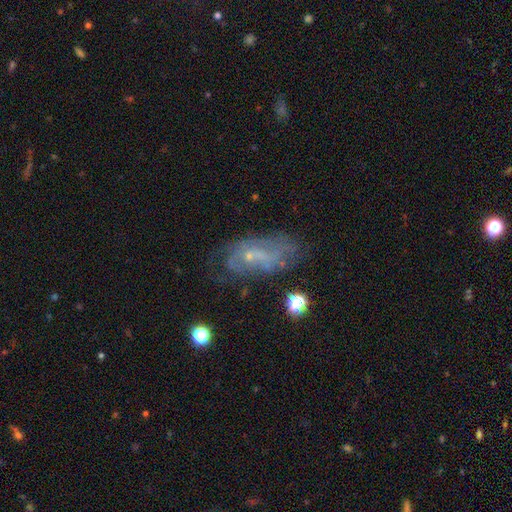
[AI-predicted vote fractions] Morphology: type=featured or disk (60%); edge-on=no (93%); bar=no (66%); spiral arms=yes (53%); bulge=small (64%); merging=none (50%).